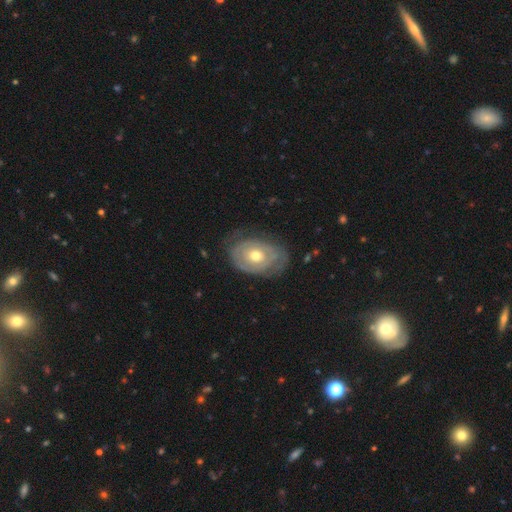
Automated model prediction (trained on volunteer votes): featured or disk 65%, smooth 30%, star or artifact 5%. Down the decision tree: edge-on disk — no (94%); bar — no (85%); spiral arms — yes (51%); bulge size — moderate (69%); merging — none (68%).